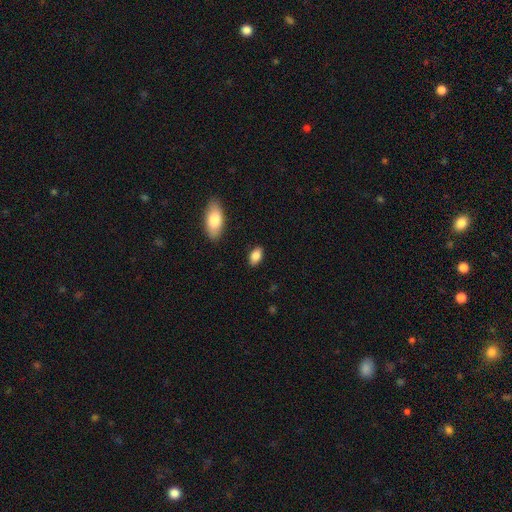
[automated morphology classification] Overall: smooth (87%). How rounded: in between (92%). Merging: none (86%).